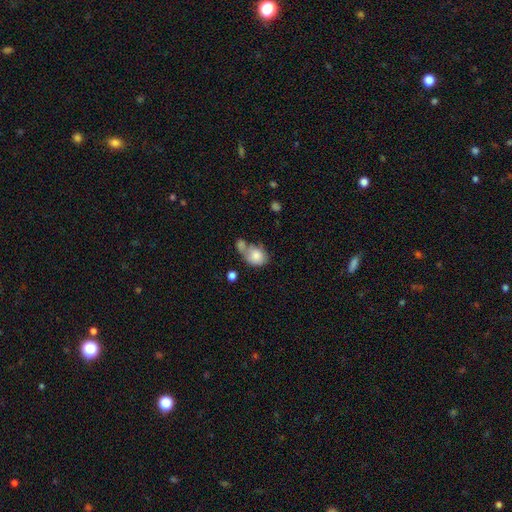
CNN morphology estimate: Smooth or featured?
  - smooth: 82% *
  - featured or disk: 11%
  - star or artifact: 7%
How rounded?
  - in between: 50% *
  - round: 48%
  - cigar-shaped: 1%
Merging?
  - merger: 47% *
  - none: 30%
  - minor disturbance: 15%
  - major disturbance: 8%